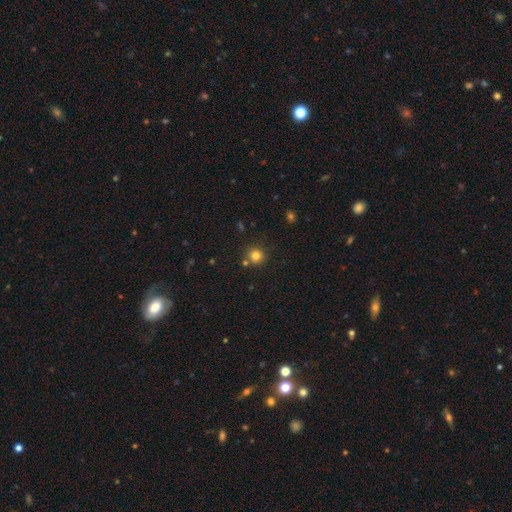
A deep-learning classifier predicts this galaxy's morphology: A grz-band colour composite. It shows a smooth galaxy with no disk features (80%) that is round (94%). Merging: none (80%).